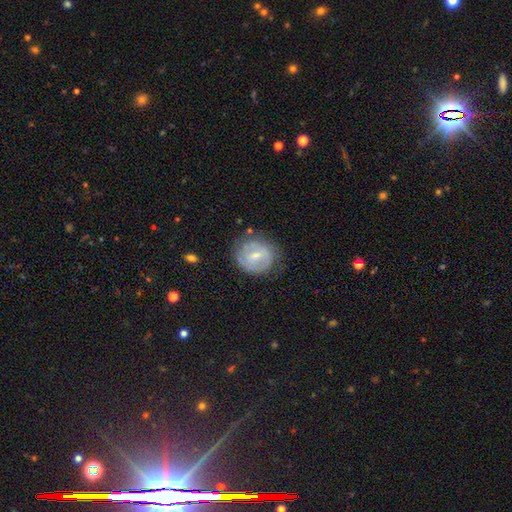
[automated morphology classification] smooth-or-featured: featured or disk: 53% | smooth: 40% | star or artifact: 7%
  disk-edge-on: no: 97% | yes: 3%
    bar: weak: 55% | no: 26% | strong: 19%
    has-spiral-arms: yes: 57% | no: 43%
    bulge-size: moderate: 48% | small: 42% | none: 6% | large: 3% | dominant: 1%
  merging: none: 68% | minor disturbance: 22% | major disturbance: 8% | merger: 2%